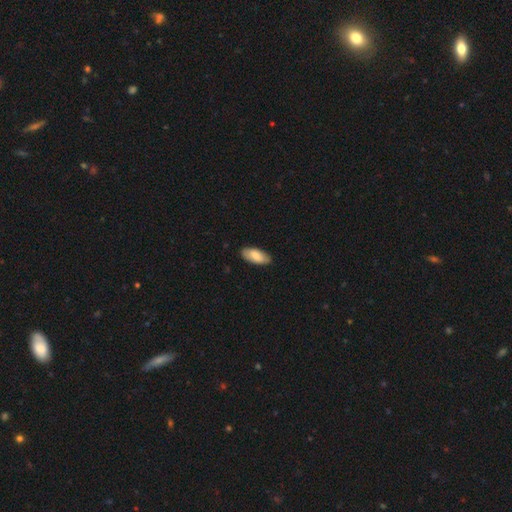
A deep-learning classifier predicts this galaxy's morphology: smooth_or_featured: smooth (p=0.79) [alt: featured or disk p=0.16]
how_rounded: in between (p=0.88) [alt: cigar-shaped p=0.10]
merging: none (p=0.85) [alt: minor disturbance p=0.12]